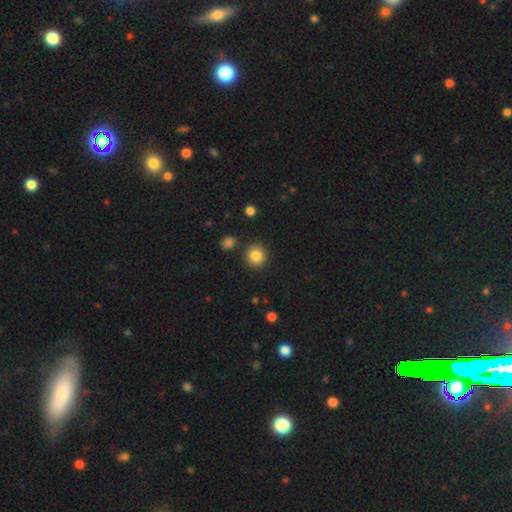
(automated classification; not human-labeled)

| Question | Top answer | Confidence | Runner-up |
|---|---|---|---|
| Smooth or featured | smooth | 85% | star or artifact (10%) |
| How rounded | round | 92% | in between (7%) |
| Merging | none | 88% | minor disturbance (6%) |